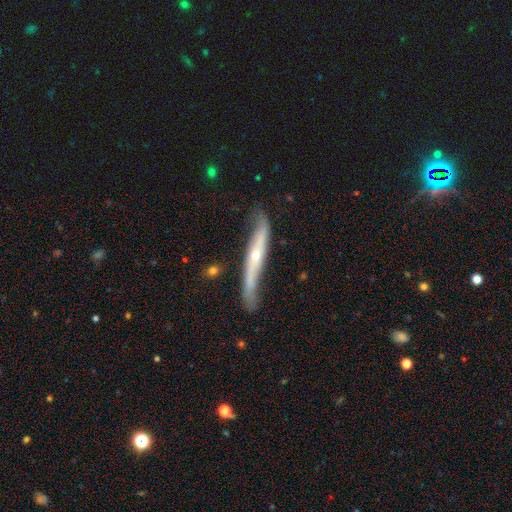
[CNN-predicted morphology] Smooth or featured? Predicted: featured or disk (p=0.73). Edge-on disk? Predicted: yes (p=0.67). Merging? Predicted: none (p=0.58).